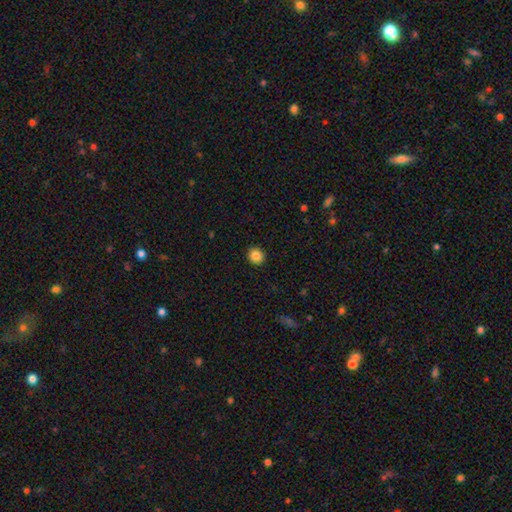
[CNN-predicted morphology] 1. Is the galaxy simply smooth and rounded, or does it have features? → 86% smooth, 10% star or artifact, 4% featured or disk.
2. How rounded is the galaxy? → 84% round, 15% in between, 1% cigar-shaped.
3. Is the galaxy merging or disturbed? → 92% none, 5% minor disturbance, 2% major disturbance, 1% merger.